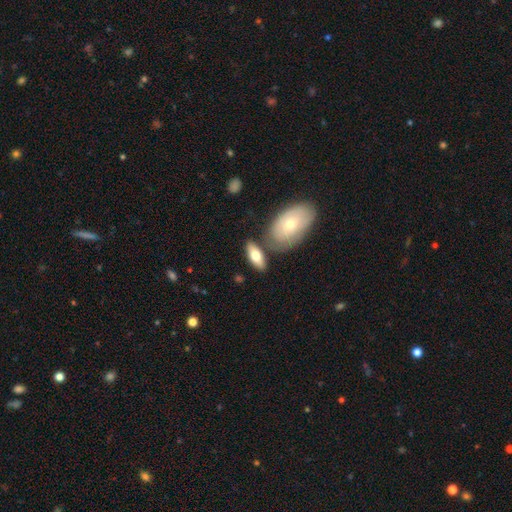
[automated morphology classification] The model was most divided on "smooth or featured": smooth: 70%, featured or disk: 25%, star or artifact: 6%. More confident: how rounded — in between (84%); merging — none (68%).